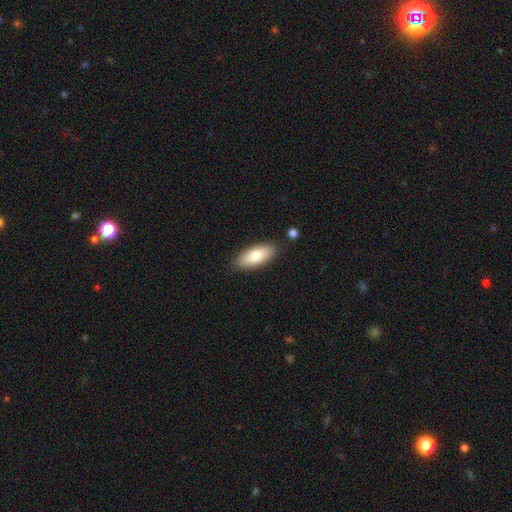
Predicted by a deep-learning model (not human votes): A smooth galaxy with no disk features (77%) that is in between round and cigar-shaped (78%). Merging: none (86%).